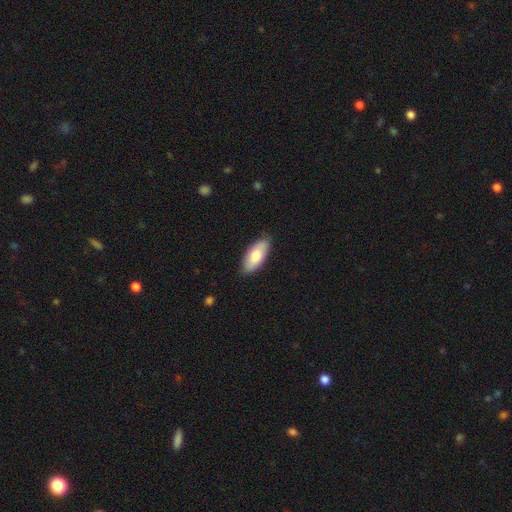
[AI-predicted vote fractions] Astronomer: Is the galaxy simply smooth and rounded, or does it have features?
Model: smooth — 76%.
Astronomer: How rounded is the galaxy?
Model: in between — 88%.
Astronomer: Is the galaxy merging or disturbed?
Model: none — 84%.